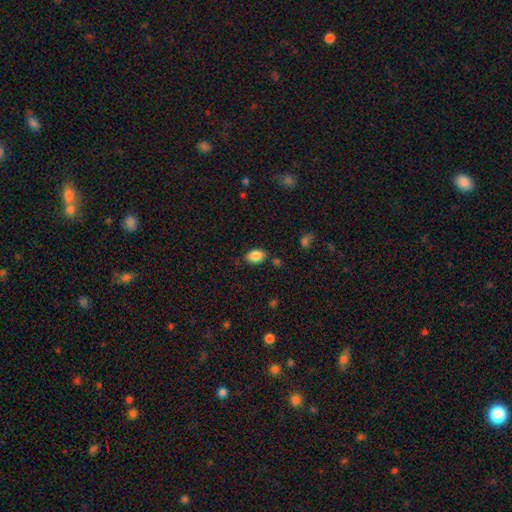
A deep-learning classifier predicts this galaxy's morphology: Smooth or featured? Predicted: smooth (p=0.87). How rounded? Predicted: in between (p=0.83). Merging? Predicted: none (p=0.81).